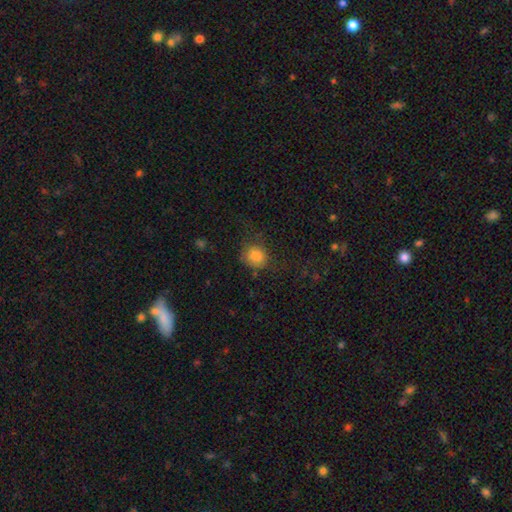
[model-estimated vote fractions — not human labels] smooth_or_featured: smooth (p=0.81) [alt: star or artifact p=0.11]
how_rounded: round (p=0.59) [alt: in between p=0.40]
merging: none (p=0.60) [alt: minor disturbance p=0.24]